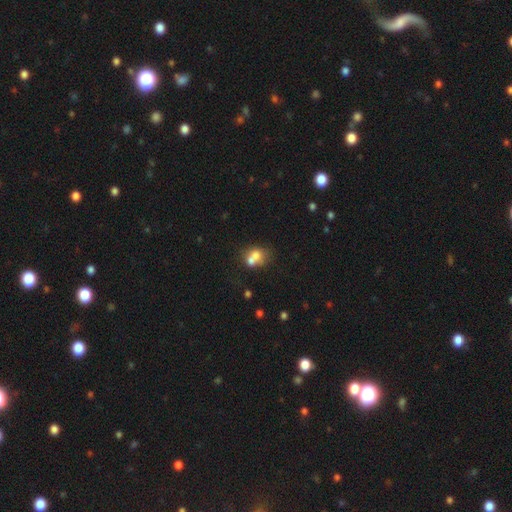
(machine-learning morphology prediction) This appears to be a smooth galaxy with no disk features (64%) that is round (56%). Merging: merger (61%).